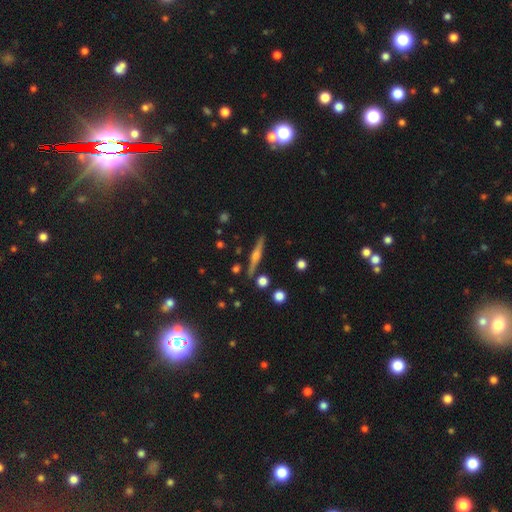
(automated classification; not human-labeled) Q: Smooth or featured?
A: featured or disk (72%); runner-up: smooth (20%)
Q: Edge-on disk?
A: yes (98%); runner-up: no (2%)
Q: Edge-on bulge?
A: rounded (89%); runner-up: boxy (6%)
Q: Merging?
A: none (88%); runner-up: minor disturbance (7%)